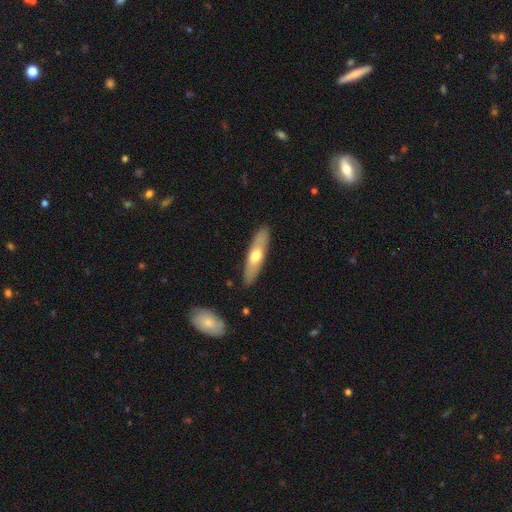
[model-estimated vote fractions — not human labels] Overall: smooth (55%; featured or disk 40%). How rounded: cigar-shaped (66%; in between 32%). Merging: none (87%).